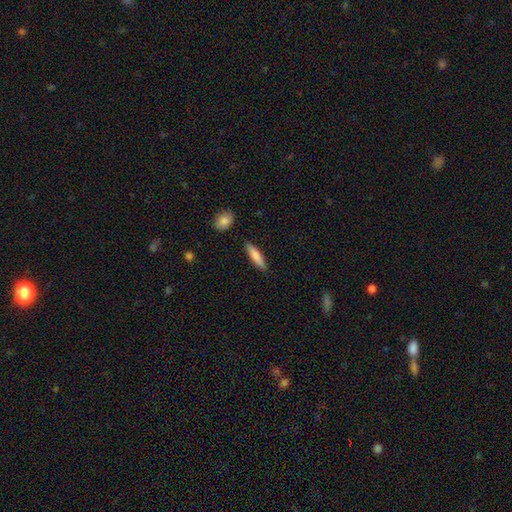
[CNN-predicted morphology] Smooth or featured?
  - smooth: 78% *
  - featured or disk: 16%
  - star or artifact: 6%
How rounded?
  - cigar-shaped: 75% *
  - in between: 23%
  - round: 2%
Merging?
  - none: 87% *
  - minor disturbance: 9%
  - merger: 2%
  - major disturbance: 2%